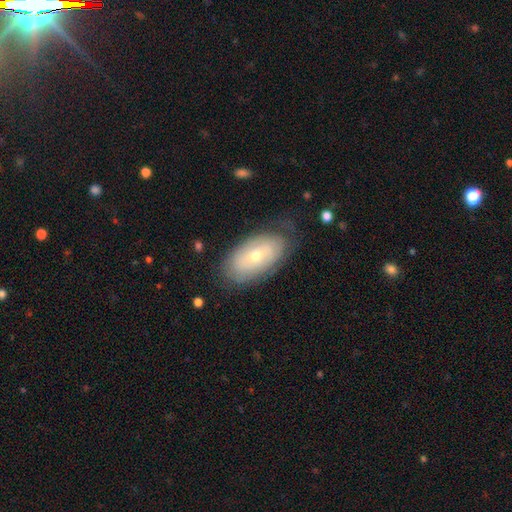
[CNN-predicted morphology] Smooth or featured: featured or disk — 50% (smooth — 43%)
Merging: none — 70% (minor disturbance — 21%)